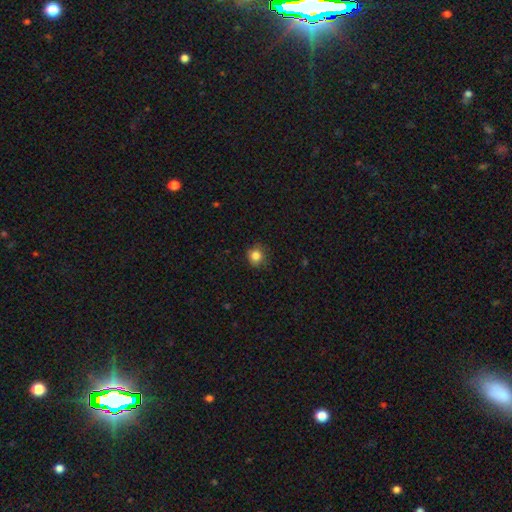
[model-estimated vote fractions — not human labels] A smooth galaxy with no disk features (84%) that is round (88%).

Vote fractions:
- Smooth or featured? smooth: 84% / star or artifact: 11% / featured or disk: 5%
- How rounded? round: 88% / in between: 11% / cigar-shaped: 1%
- Merging? none: 83% / minor disturbance: 13% / major disturbance: 3% / merger: 1%